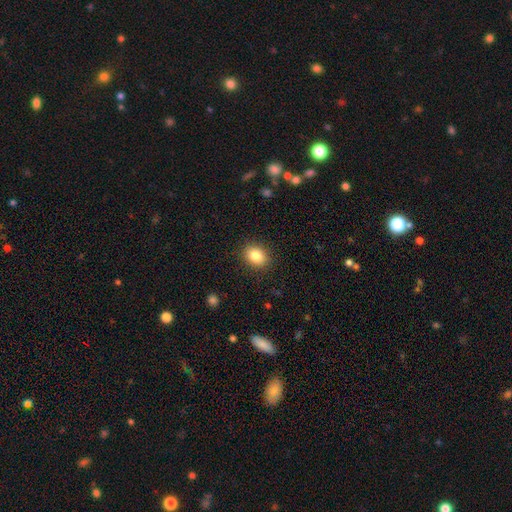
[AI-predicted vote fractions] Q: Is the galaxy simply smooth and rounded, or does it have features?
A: smooth — 84%.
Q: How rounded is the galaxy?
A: round — 50%.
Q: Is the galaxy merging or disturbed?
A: none — 89%.